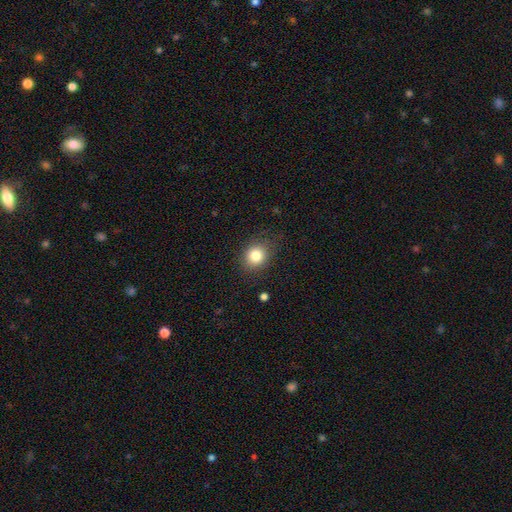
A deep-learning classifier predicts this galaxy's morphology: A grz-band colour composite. It shows a smooth galaxy with no disk features (82%) that is round (62%). Merging: none (81%).